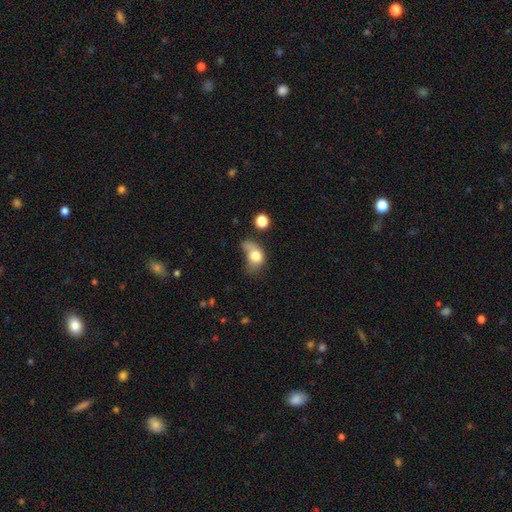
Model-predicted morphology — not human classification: smooth-or-featured: smooth: 73% | featured or disk: 17% | star or artifact: 10%
  how-rounded: in between: 62% | round: 36% | cigar-shaped: 2%
  merging: major disturbance: 39% | minor disturbance: 24% | none: 19% | merger: 18%